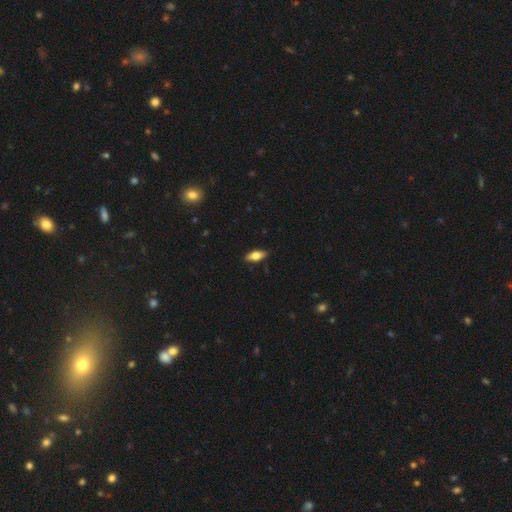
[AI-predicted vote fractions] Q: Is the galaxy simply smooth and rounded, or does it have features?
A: smooth — 70%.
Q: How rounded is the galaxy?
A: in between — 81%.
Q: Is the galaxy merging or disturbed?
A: none — 88%.